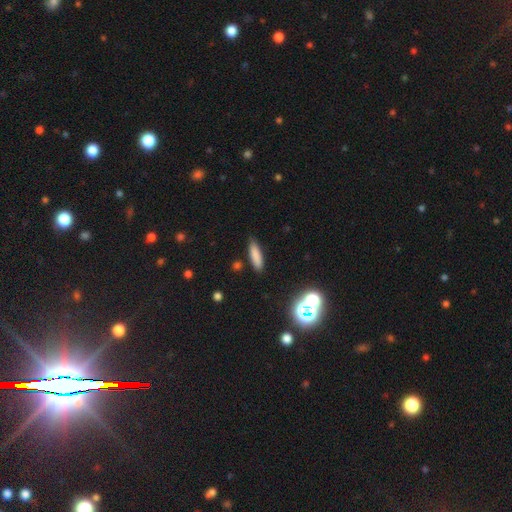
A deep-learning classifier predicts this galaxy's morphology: Smooth or featured?
  - smooth: 82% *
  - star or artifact: 10%
  - featured or disk: 8%
How rounded?
  - cigar-shaped: 65% *
  - in between: 33%
  - round: 2%
Merging?
  - none: 86% *
  - minor disturbance: 10%
  - major disturbance: 2%
  - merger: 2%